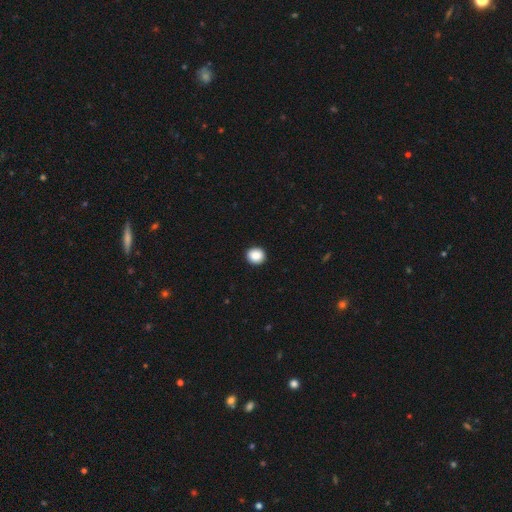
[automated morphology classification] smooth 89%, star or artifact 8%, featured or disk 3%. Down the decision tree: how rounded — round (86%); merging — none (93%).